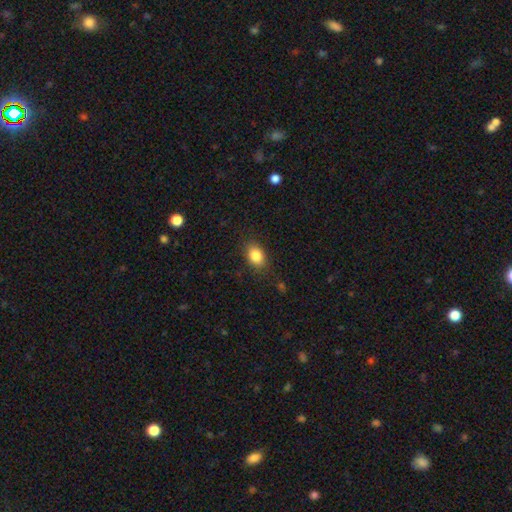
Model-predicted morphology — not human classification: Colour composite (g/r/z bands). It shows a smooth galaxy with no disk features (85%) that is in between round and cigar-shaped (73%). Merging: none (83%).